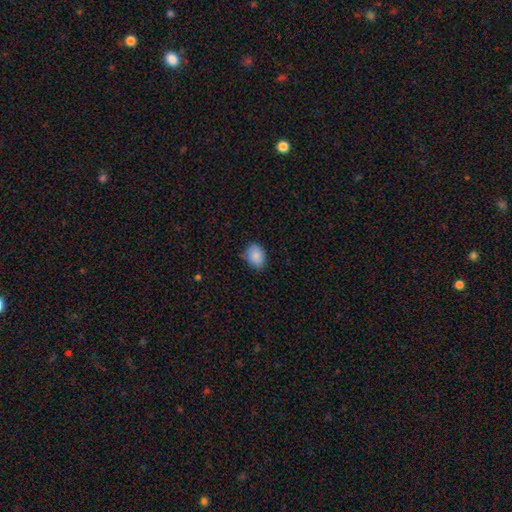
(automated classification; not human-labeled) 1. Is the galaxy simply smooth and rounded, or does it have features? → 87% smooth, 7% star or artifact, 6% featured or disk.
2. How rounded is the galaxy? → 66% in between, 33% round, 1% cigar-shaped.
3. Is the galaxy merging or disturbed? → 69% none, 26% minor disturbance, 4% major disturbance, 2% merger.